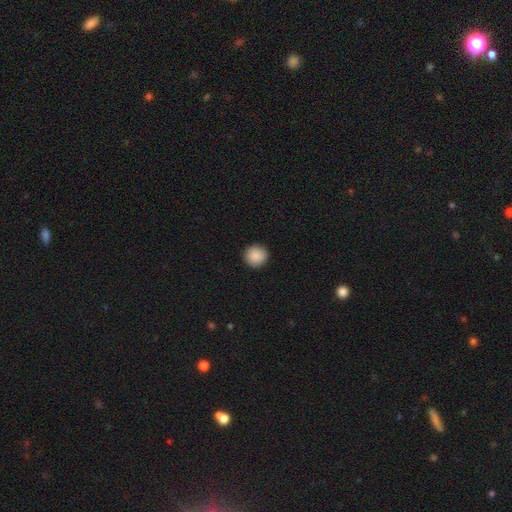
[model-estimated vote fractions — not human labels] Smooth or featured? smooth (89%)
How rounded? round (95%)
Merging? none (93%)